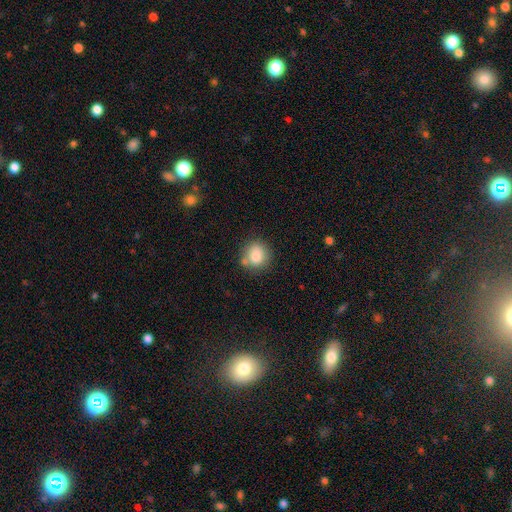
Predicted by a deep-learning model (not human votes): A smooth galaxy with no disk features (83%) that is round (83%).

Vote fractions:
- Smooth or featured? smooth: 83% / star or artifact: 9% / featured or disk: 8%
- How rounded? round: 83% / in between: 16% / cigar-shaped: 1%
- Merging? none: 69% / minor disturbance: 15% / merger: 12% / major disturbance: 4%